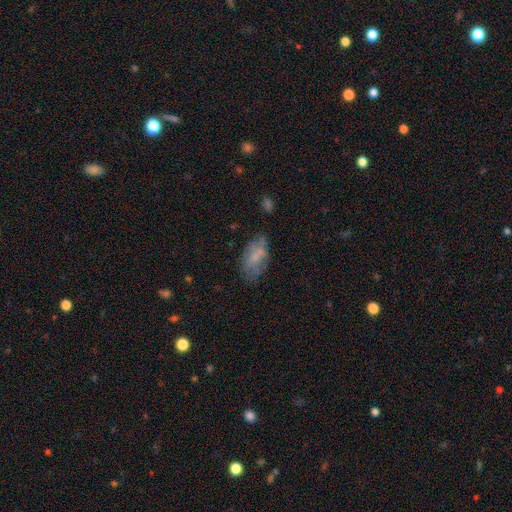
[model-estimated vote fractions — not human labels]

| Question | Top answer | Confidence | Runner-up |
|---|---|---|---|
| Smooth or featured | smooth | 62% | featured or disk (29%) |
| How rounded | in between | 92% | cigar-shaped (4%) |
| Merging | none | 58% | minor disturbance (26%) |